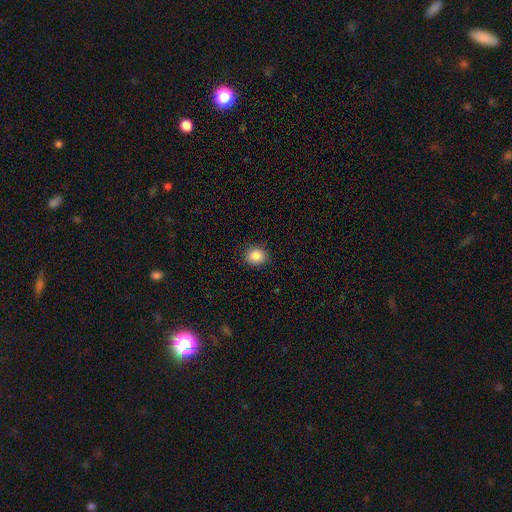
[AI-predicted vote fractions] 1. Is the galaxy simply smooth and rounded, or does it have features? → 86% smooth, 10% star or artifact, 5% featured or disk.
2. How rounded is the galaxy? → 76% round, 23% in between, 1% cigar-shaped.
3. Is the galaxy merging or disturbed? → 88% none, 9% minor disturbance, 2% major disturbance, 1% merger.